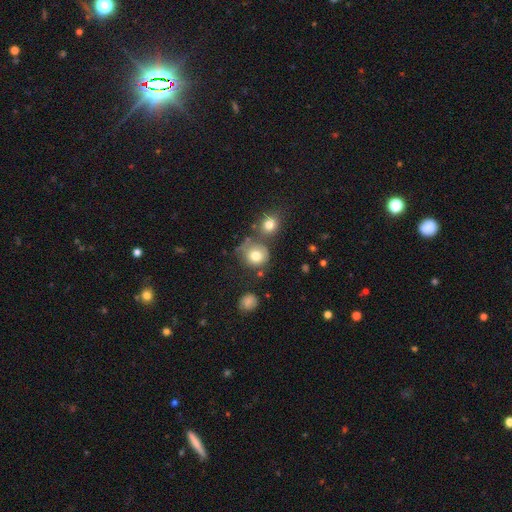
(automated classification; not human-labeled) smooth_or_featured: smooth (p=0.76) [alt: featured or disk p=0.13]
how_rounded: round (p=0.83) [alt: in between p=0.16]
merging: none (p=0.54) [alt: merger p=0.19]